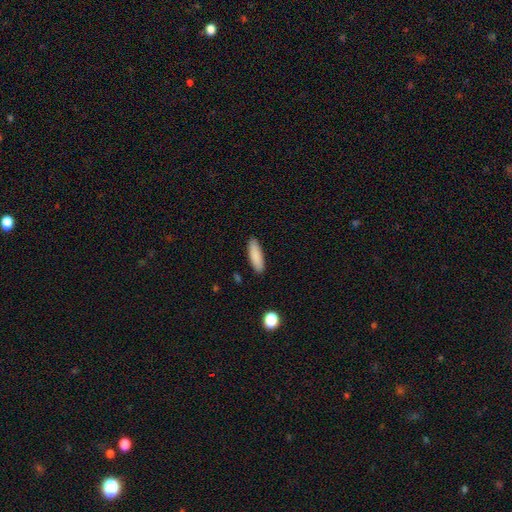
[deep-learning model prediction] smooth_or_featured: smooth (p=0.88) [alt: star or artifact p=0.06]
how_rounded: cigar-shaped (p=0.54) [alt: in between p=0.45]
merging: none (p=0.88) [alt: minor disturbance p=0.09]